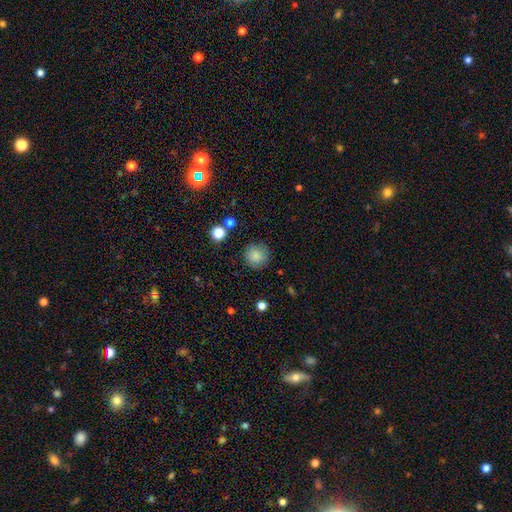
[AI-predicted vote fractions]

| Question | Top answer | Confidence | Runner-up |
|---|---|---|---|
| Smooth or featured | smooth | 85% | star or artifact (10%) |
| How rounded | round | 93% | in between (6%) |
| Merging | none | 85% | minor disturbance (10%) |